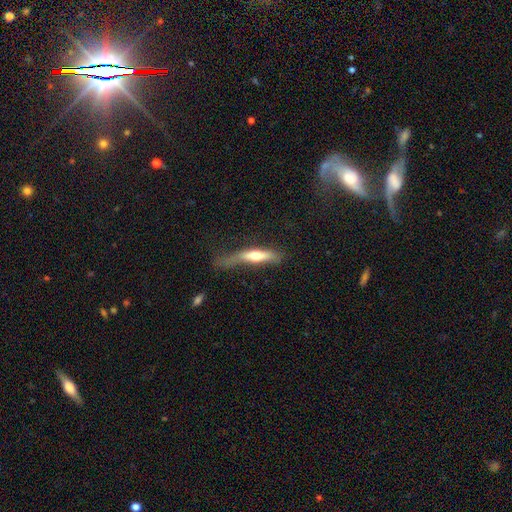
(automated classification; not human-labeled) The model was most divided on "smooth or featured": smooth: 52%, featured or disk: 42%, star or artifact: 6%. Remaining: how rounded — cigar-shaped (85%); merging — none (43%).